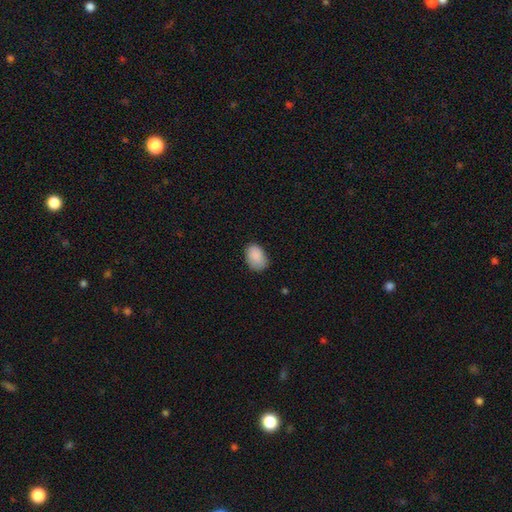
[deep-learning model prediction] smooth-or-featured: smooth: 89% | star or artifact: 7% | featured or disk: 4%
  how-rounded: in between: 85% | round: 14% | cigar-shaped: 1%
  merging: none: 74% | minor disturbance: 21% | major disturbance: 4% | merger: 1%